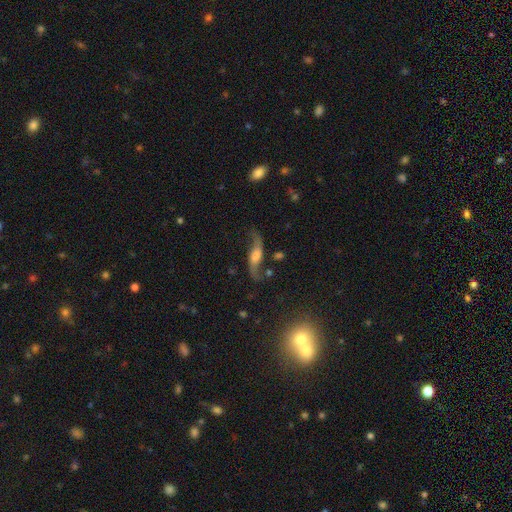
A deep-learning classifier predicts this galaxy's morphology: featured or disk 82%, smooth 10%, star or artifact 7%. Down the decision tree: edge-on disk — no (85%); bar — no (49%); spiral arms — yes (95%); spiral arm count — 2 (93%); spiral winding — loose (91%); bulge size — moderate (38%); merging — none (73%).